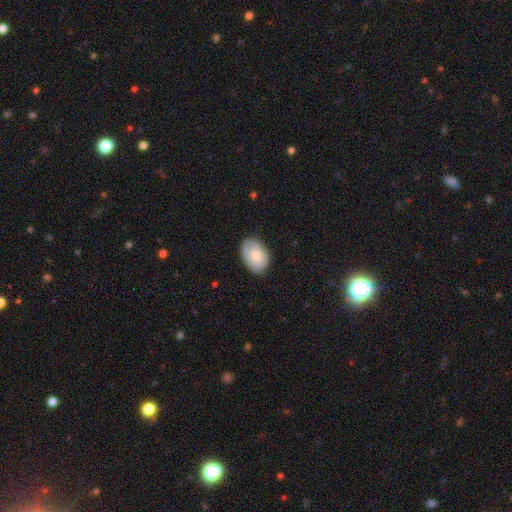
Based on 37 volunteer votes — smooth-or-featured: smooth: 73% | featured or disk: 19% | star or artifact: 8%
  how-rounded: in between: 85% | round: 15% | cigar-shaped: 0%
  merging: none: 76% | minor disturbance: 21% | merger: 3% | major disturbance: 0%